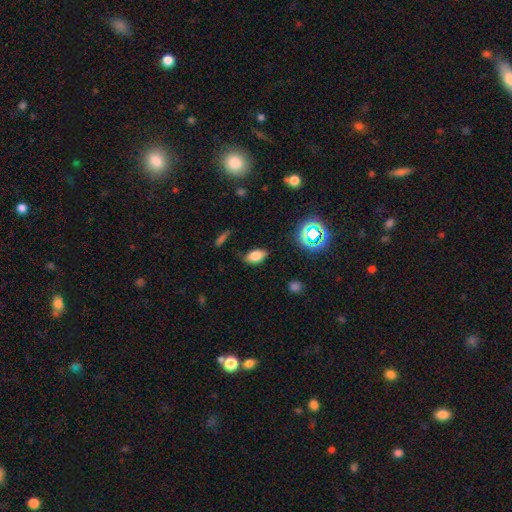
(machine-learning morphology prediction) This appears to be a smooth galaxy with no disk features (74%) that is in between round and cigar-shaped (90%). Merging: none (79%).